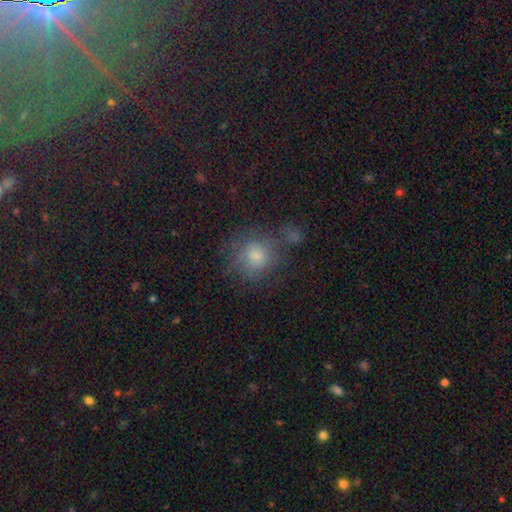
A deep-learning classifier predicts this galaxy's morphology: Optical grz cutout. It shows a smooth galaxy with no disk features (68%) that is round (79%). Merging: none (53%).